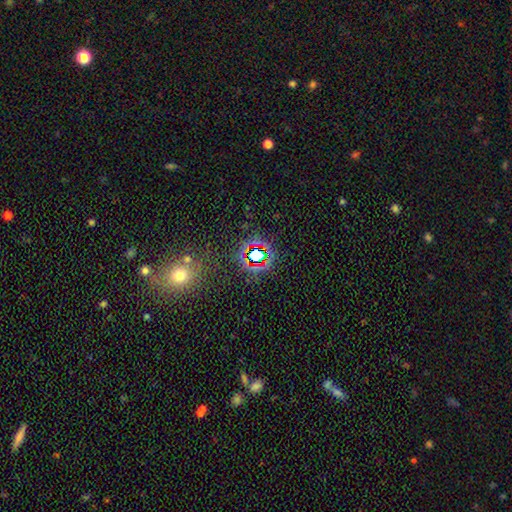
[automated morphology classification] This is likely a star or artifact rather than a galaxy (71%).